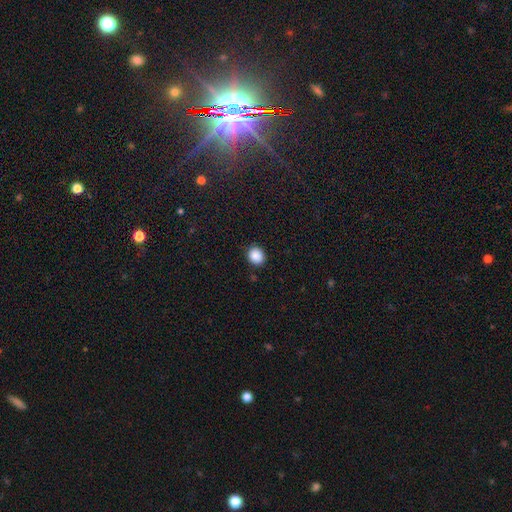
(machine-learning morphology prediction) A smooth galaxy with no disk features (88%) that is round (77%). Merging: none (88%).